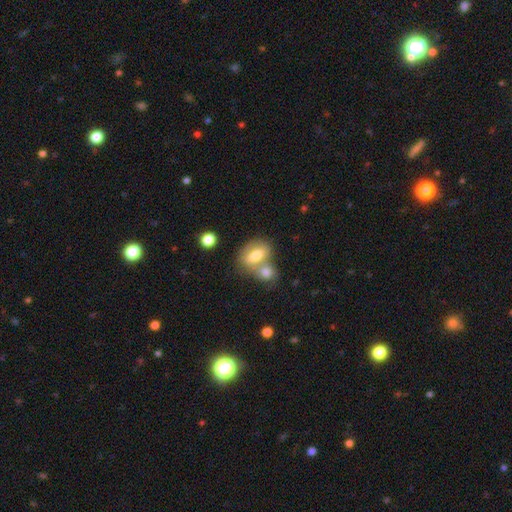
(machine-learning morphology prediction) Smooth or featured? smooth (67%)
How rounded? in between (80%)
Merging? merger (53%)